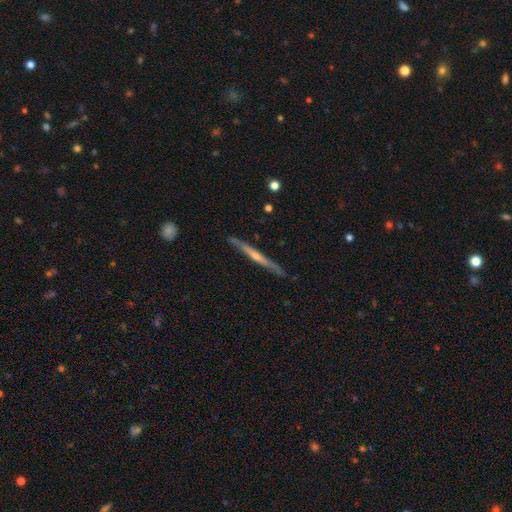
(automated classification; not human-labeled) smooth_or_featured: featured or disk (p=0.77) [alt: smooth p=0.16]
disk_edge_on: yes (p=0.98) [alt: no p=0.02]
edge_on_bulge: rounded (p=0.75) [alt: none p=0.19]
merging: none (p=0.90) [alt: minor disturbance p=0.08]